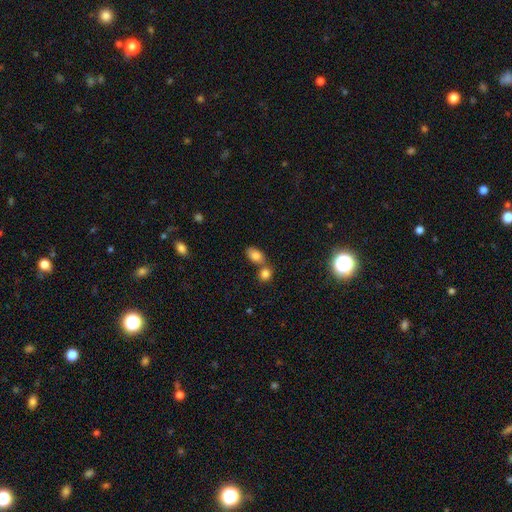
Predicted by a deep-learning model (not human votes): Smooth or featured?
  - smooth: 81% *
  - featured or disk: 10%
  - star or artifact: 10%
How rounded?
  - in between: 85% *
  - round: 13%
  - cigar-shaped: 2%
Merging?
  - none: 48% *
  - merger: 39%
  - minor disturbance: 10%
  - major disturbance: 3%